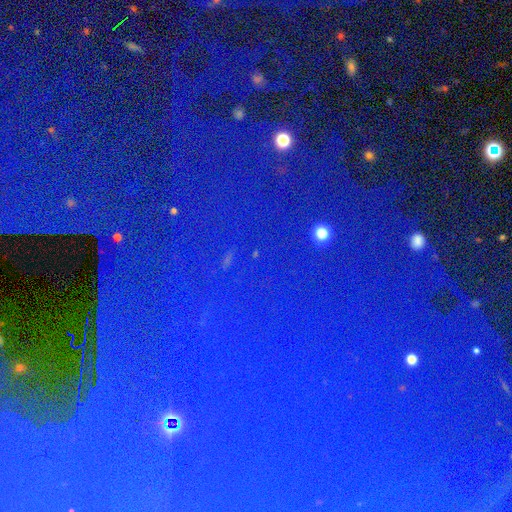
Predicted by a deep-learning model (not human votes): smooth_or_featured: star or artifact (p=0.81) [alt: smooth p=0.10]